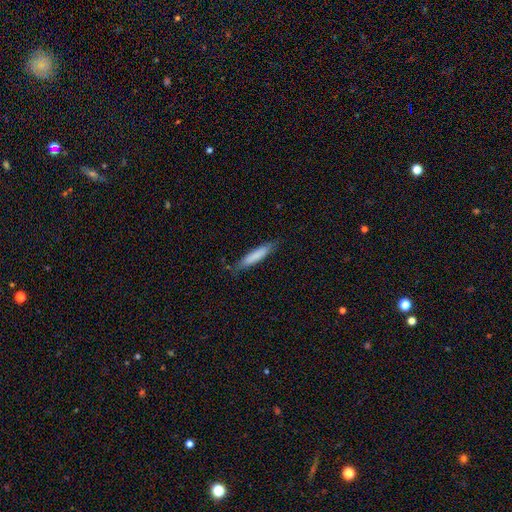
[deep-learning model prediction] smooth 80%, featured or disk 14%, star or artifact 6%. Down the decision tree: how rounded — cigar-shaped (87%); merging — none (81%).